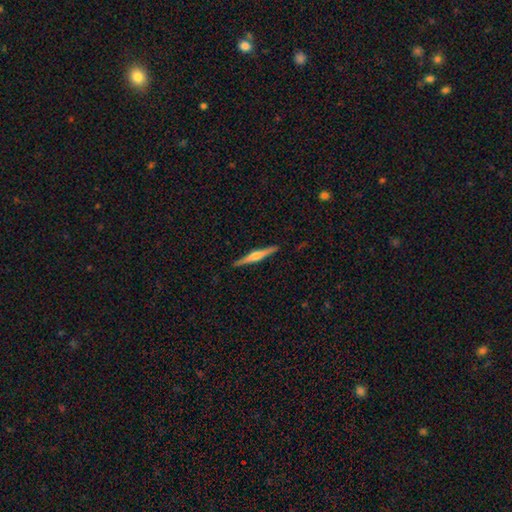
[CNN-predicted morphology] smooth_or_featured: featured or disk (p=0.73) [alt: smooth p=0.21]
disk_edge_on: yes (p=0.98) [alt: no p=0.02]
edge_on_bulge: rounded (p=0.86) [alt: boxy p=0.10]
merging: none (p=0.92) [alt: minor disturbance p=0.06]